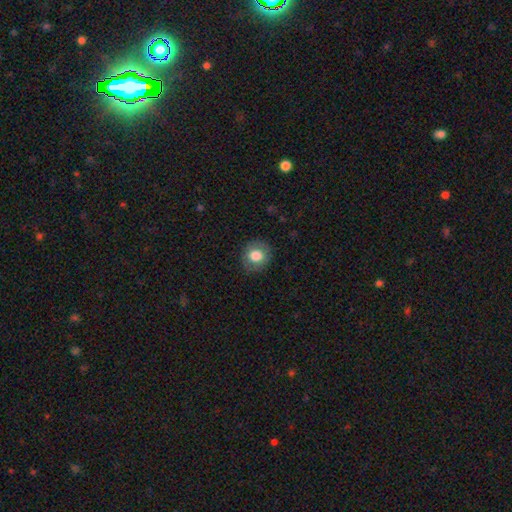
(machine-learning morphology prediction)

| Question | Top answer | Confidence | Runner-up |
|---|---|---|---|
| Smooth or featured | smooth | 77% | featured or disk (14%) |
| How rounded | round | 82% | in between (17%) |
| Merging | none | 86% | minor disturbance (10%) |